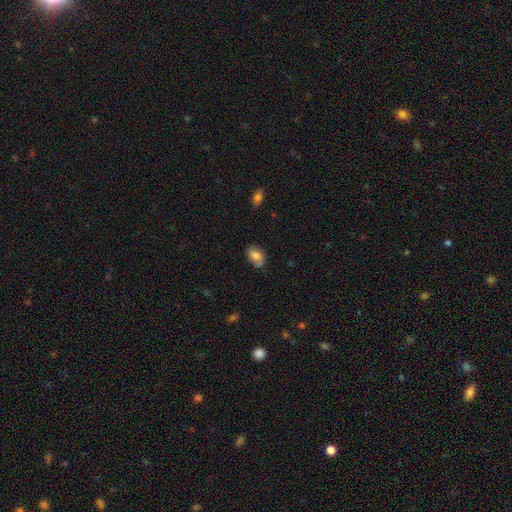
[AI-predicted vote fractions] smooth-or-featured: smooth: 73% | featured or disk: 18% | star or artifact: 9%
  how-rounded: in between: 87% | round: 12% | cigar-shaped: 2%
  merging: none: 58% | minor disturbance: 26% | merger: 8% | major disturbance: 7%